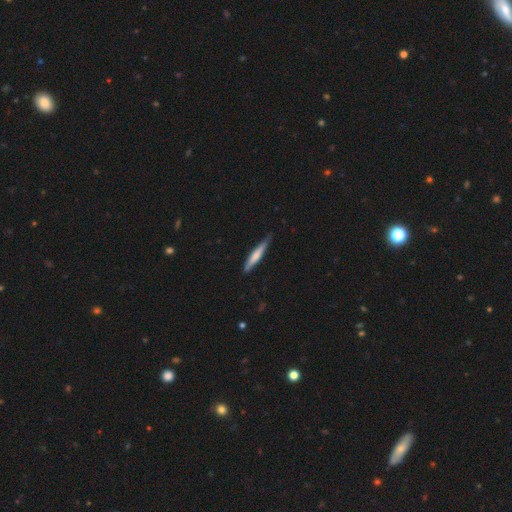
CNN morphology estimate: A smooth galaxy with no disk features (63%) that is cigar-shaped (93%). Merging: none (80%).